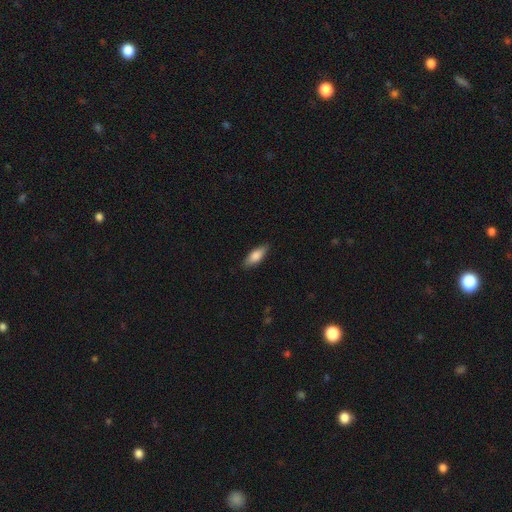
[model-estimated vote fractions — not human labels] A smooth galaxy with no disk features (82%) that is in between round and cigar-shaped (75%). Merging: none (86%).